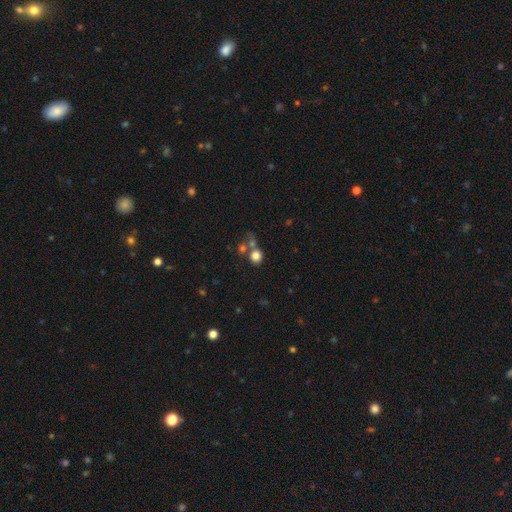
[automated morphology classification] smooth_or_featured: smooth (p=0.77) [alt: star or artifact p=0.14]
how_rounded: round (p=0.86) [alt: in between p=0.13]
merging: none (p=0.50) [alt: merger p=0.34]